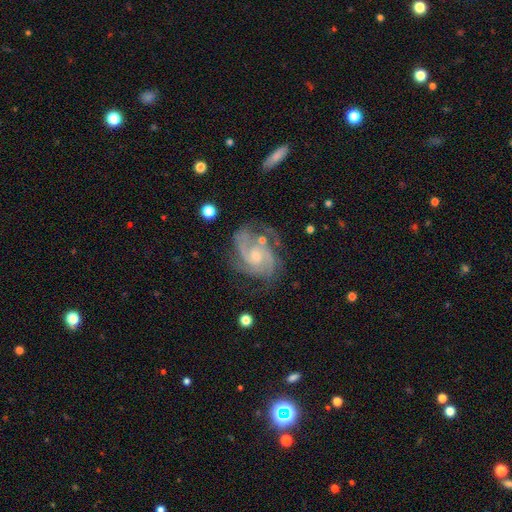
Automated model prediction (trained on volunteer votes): Smooth or featured: featured or disk — 89% (star or artifact — 6%)
Edge-on disk: no — 98% (yes — 2%)
Bar: no — 62% (weak — 33%)
Spiral arms: yes — 97% (no — 3%)
Spiral winding: tight — 45% (tied with medium — 45%)
Spiral arm count: 2 — 47% (3 — 26%)
Bulge size: small — 54% (moderate — 40%)
Merging: none — 65% (minor disturbance — 20%)